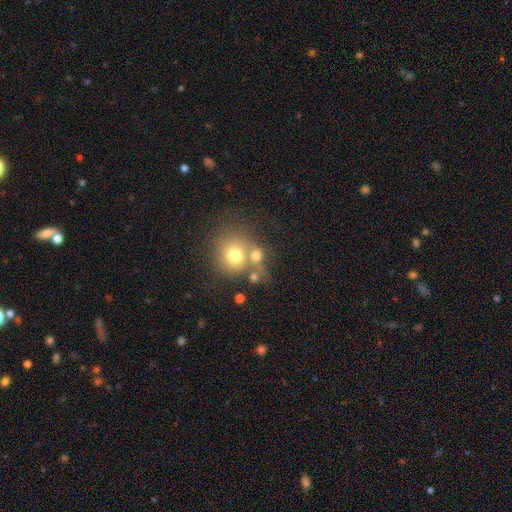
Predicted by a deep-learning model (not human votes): This is likely a smooth galaxy (70%). How rounded: likely round (79%). Merging: marginally merger (44%).